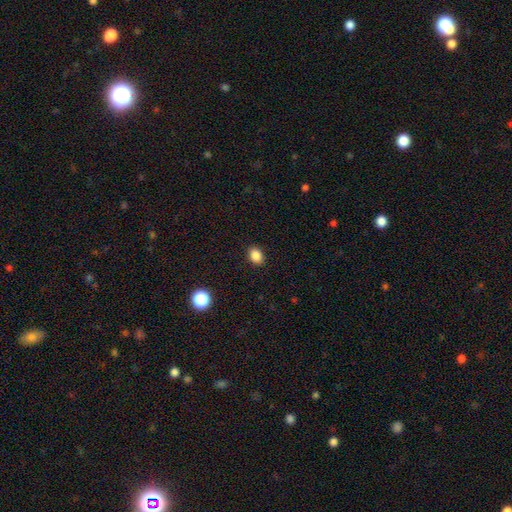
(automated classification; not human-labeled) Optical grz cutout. It shows a smooth galaxy with no disk features (86%) that is in between round and cigar-shaped (63%). Merging: none (89%).